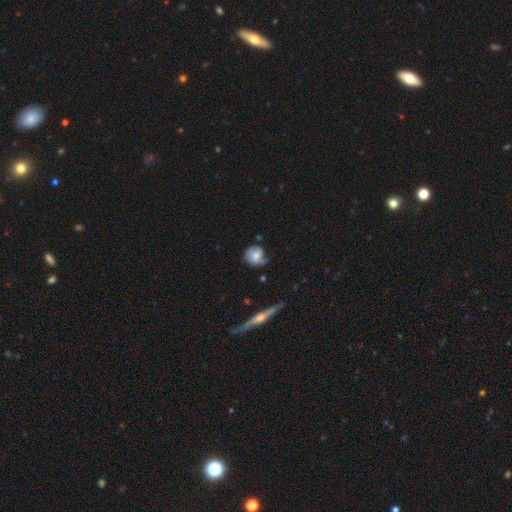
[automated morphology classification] Overall: smooth (51%; featured or disk 41%). How rounded: round (77%). Merging: none (53%; minor disturbance 32%).